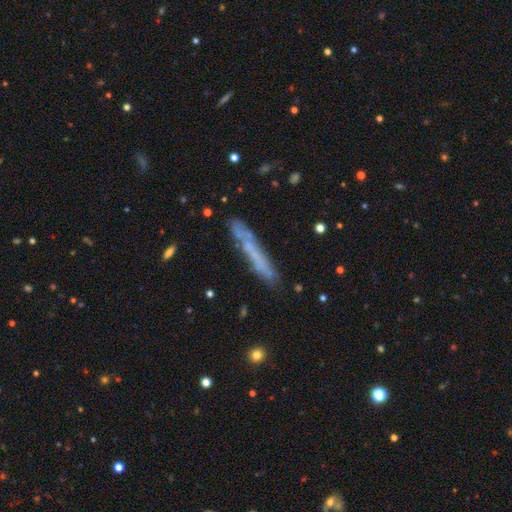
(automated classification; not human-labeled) This appears to be a smooth galaxy with no disk features (48%). Merging: none (78%).